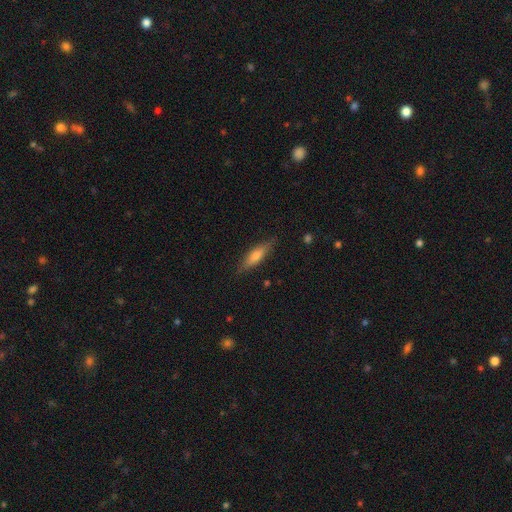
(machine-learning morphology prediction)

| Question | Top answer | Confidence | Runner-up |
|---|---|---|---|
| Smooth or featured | smooth | 57% | featured or disk (36%) |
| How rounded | cigar-shaped | 72% | in between (26%) |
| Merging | none | 85% | minor disturbance (11%) |